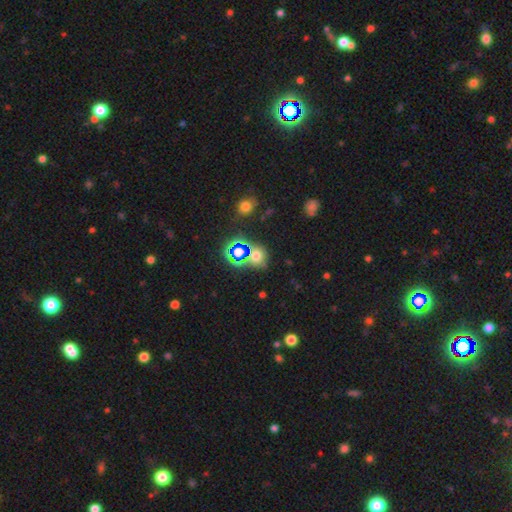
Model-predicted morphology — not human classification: type=star or artifact (50%).